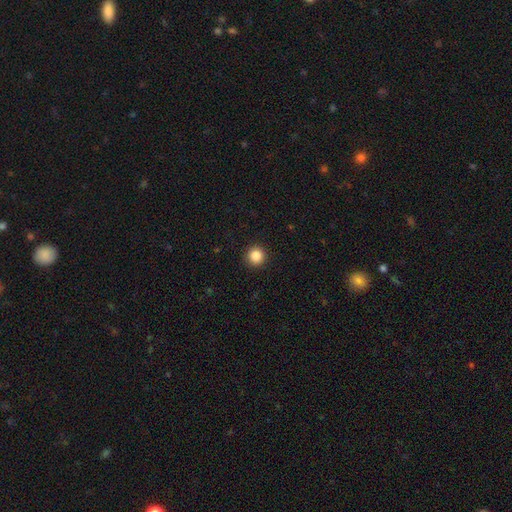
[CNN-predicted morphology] smooth-or-featured: smooth: 86% | star or artifact: 10% | featured or disk: 3%
  how-rounded: round: 95% | in between: 4% | cigar-shaped: 1%
  merging: none: 93% | minor disturbance: 5% | major disturbance: 2% | merger: 1%